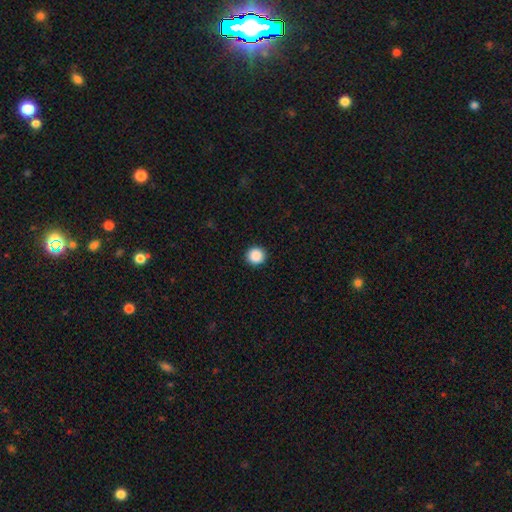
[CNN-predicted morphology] Smooth or featured? Predicted: smooth (p=0.89). How rounded? Predicted: round (p=0.95). Merging? Predicted: none (p=0.93).